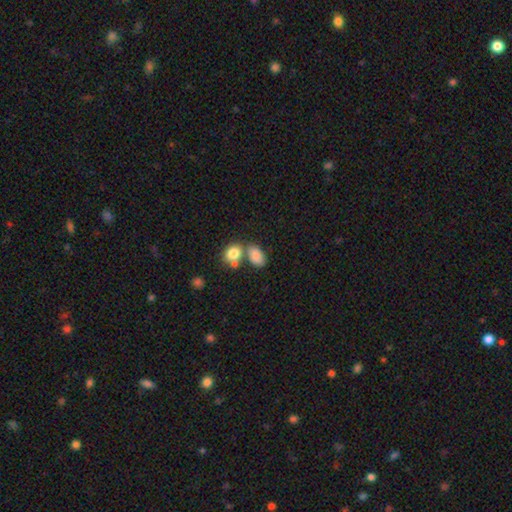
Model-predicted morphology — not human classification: type=smooth (83%); roundness=in between (86%); merging=none (48%).